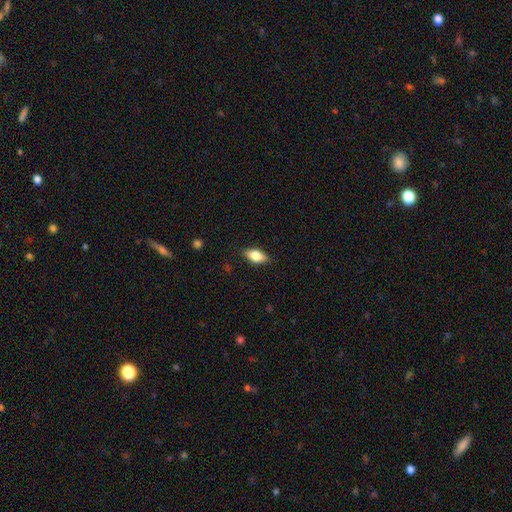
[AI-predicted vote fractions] Smooth or featured? smooth (69%)
How rounded? in between (84%)
Merging? none (86%)